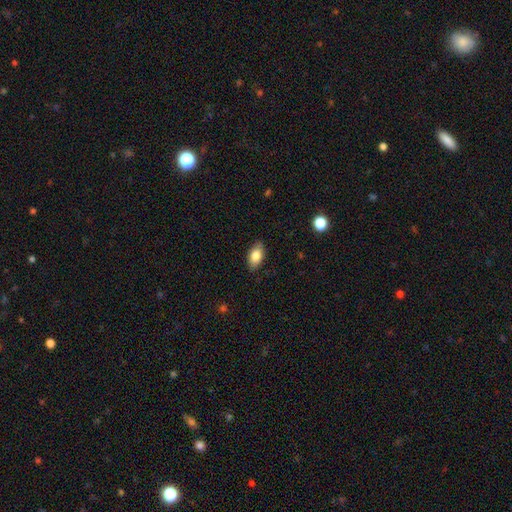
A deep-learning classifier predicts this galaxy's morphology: This appears to be a smooth galaxy with no disk features (81%) that is in between round and cigar-shaped (92%). Merging: none (86%).